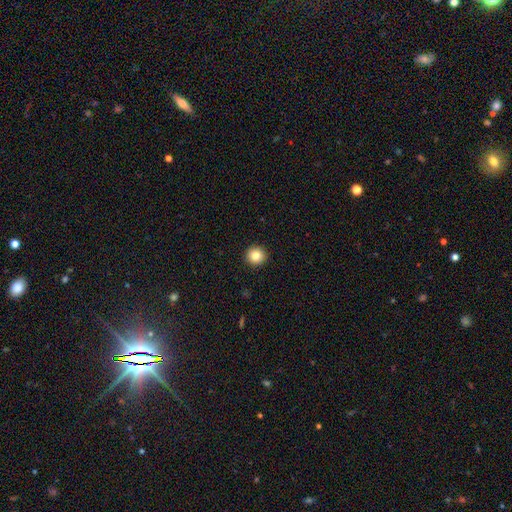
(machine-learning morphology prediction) Smooth or featured: smooth — 83% (star or artifact — 10%)
How rounded: round — 95% (in between — 4%)
Merging: none — 94% (minor disturbance — 4%)